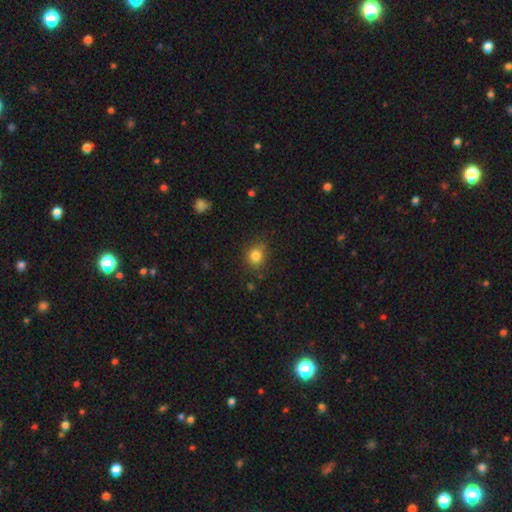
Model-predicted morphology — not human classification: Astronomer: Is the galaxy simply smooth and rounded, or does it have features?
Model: smooth — 82%.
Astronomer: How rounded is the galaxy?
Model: round — 71%.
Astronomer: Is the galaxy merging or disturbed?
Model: none — 80%.